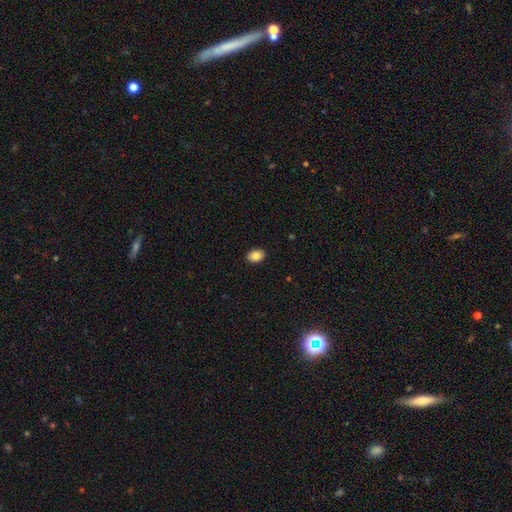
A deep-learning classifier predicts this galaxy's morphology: Overall: smooth (86%). How rounded: in between (79%). Merging: none (90%).